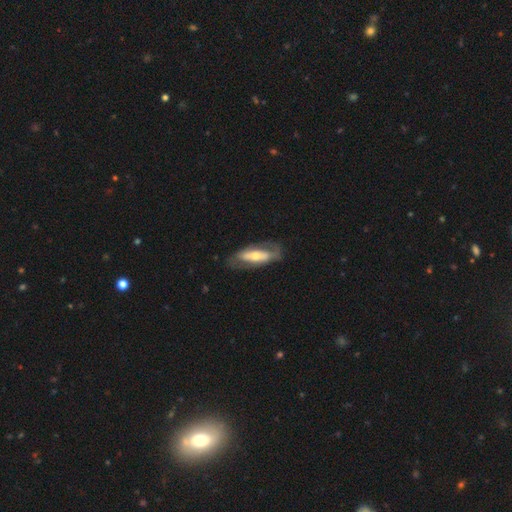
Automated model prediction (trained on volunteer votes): Morphology: type=featured or disk (64%); edge-on=no (76%); merging=none (71%).